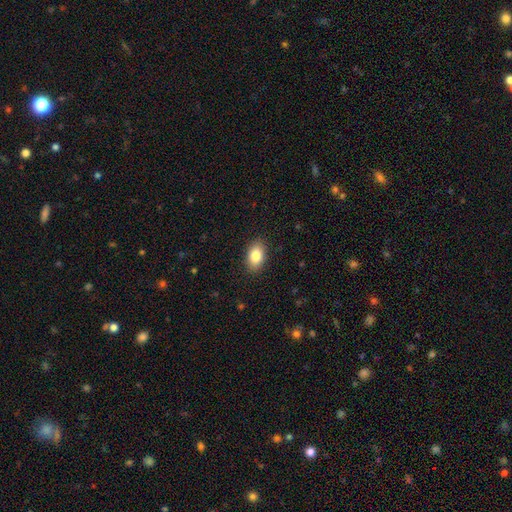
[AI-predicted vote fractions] Q: Smooth or featured?
A: smooth (84%); runner-up: featured or disk (8%)
Q: How rounded?
A: in between (90%); runner-up: round (9%)
Q: Merging?
A: none (89%); runner-up: minor disturbance (8%)